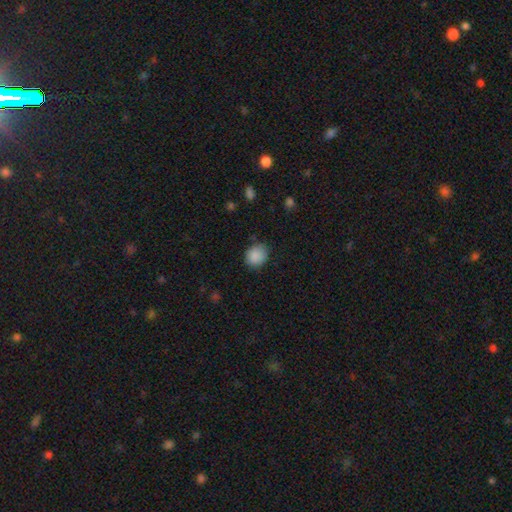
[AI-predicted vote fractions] smooth-or-featured: smooth: 88% | star or artifact: 8% | featured or disk: 4%
  how-rounded: round: 69% | in between: 30% | cigar-shaped: 1%
  merging: none: 77% | minor disturbance: 18% | major disturbance: 4% | merger: 1%